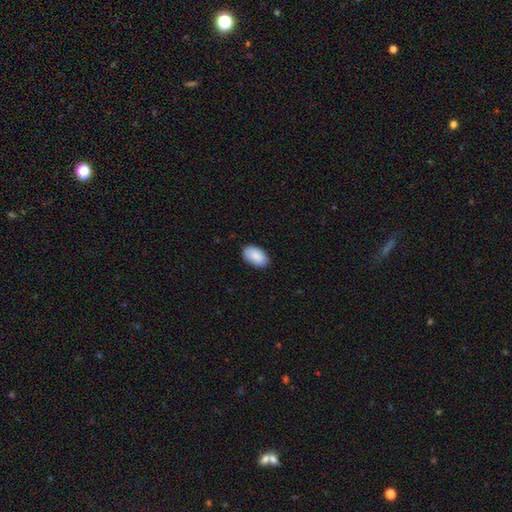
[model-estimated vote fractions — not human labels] Smooth or featured? Predicted: smooth (p=0.90). How rounded? Predicted: in between (p=0.95). Merging? Predicted: none (p=0.86).